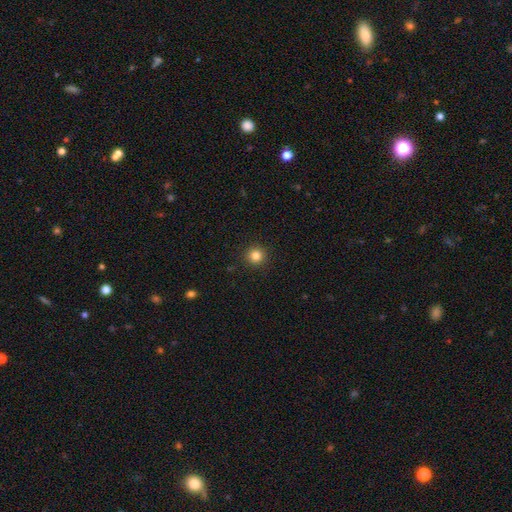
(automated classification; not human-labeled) Smooth or featured: smooth — 83% (star or artifact — 12%)
How rounded: round — 95% (in between — 4%)
Merging: none — 92% (minor disturbance — 5%)